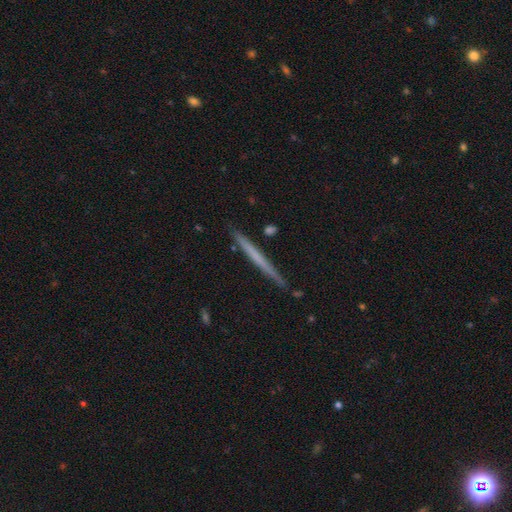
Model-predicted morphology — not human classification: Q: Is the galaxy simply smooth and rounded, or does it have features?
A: featured or disk — 47%, tied with smooth.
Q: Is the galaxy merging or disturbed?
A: none — 88%.